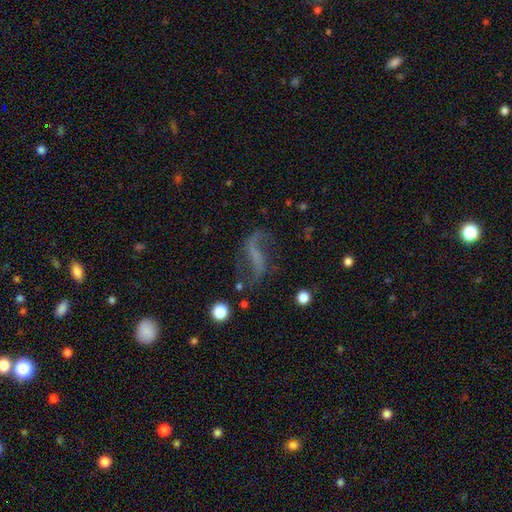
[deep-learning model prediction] Overall: featured or disk (73%). Edge-on disk: no (93%). Bar: strong (40%; weak 32%). Spiral arms: yes (88%). Spiral arm count: 2 (87%). Spiral winding: loose (83%). Bulge size: none (66%). Merging: none (62%).